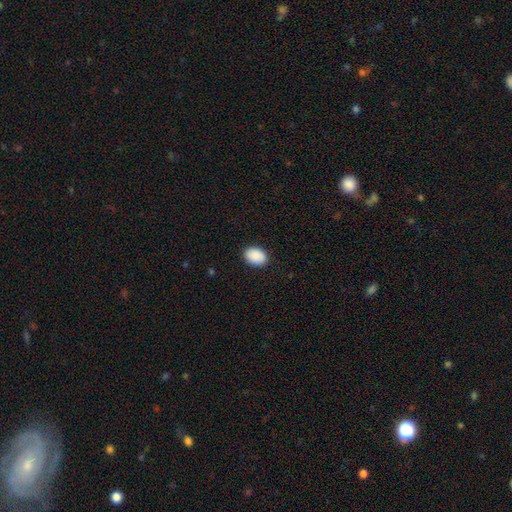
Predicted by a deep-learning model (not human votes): smooth-or-featured: smooth: 90% | star or artifact: 7% | featured or disk: 3%
  how-rounded: in between: 79% | round: 20% | cigar-shaped: 1%
  merging: none: 89% | minor disturbance: 8% | major disturbance: 2% | merger: 1%